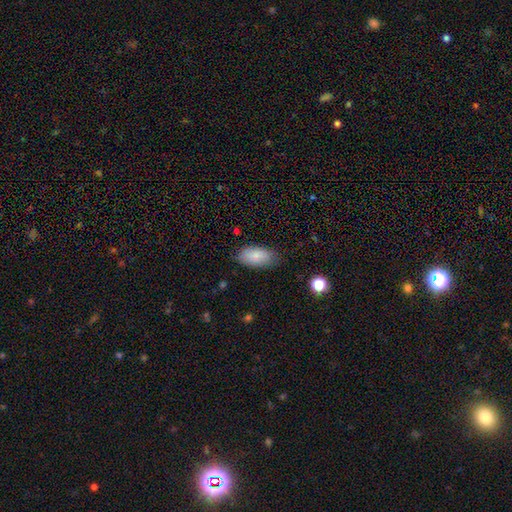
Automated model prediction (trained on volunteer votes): Smooth or featured? smooth (84%)
How rounded? in between (93%)
Merging? none (80%)